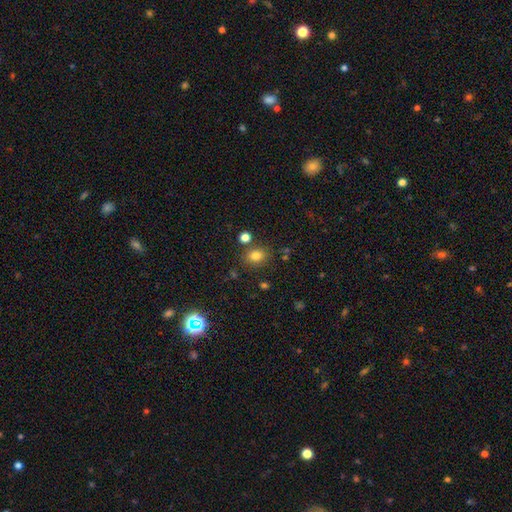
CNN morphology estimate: type=smooth (79%); roundness=round (54%); merging=none (78%).